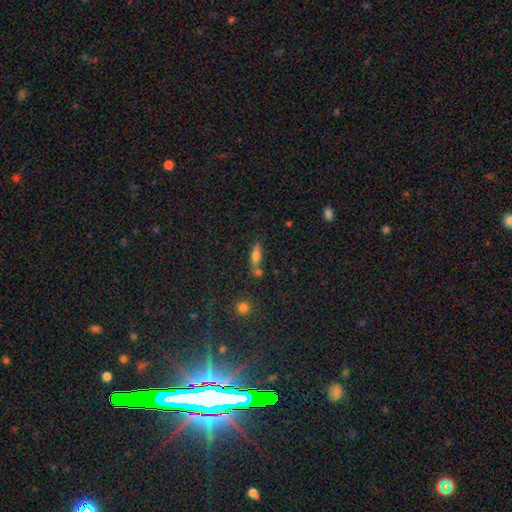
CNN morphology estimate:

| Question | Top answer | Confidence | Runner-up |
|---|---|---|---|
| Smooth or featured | smooth | 68% | featured or disk (21%) |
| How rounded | in between | 50% | cigar-shaped (46%) |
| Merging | none | 59% | merger (21%) |